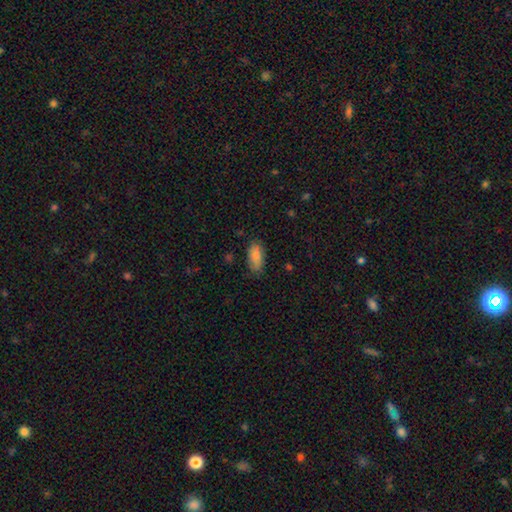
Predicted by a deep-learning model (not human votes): A smooth galaxy with no disk features (84%) that is in between round and cigar-shaped (89%). Merging: none (77%).